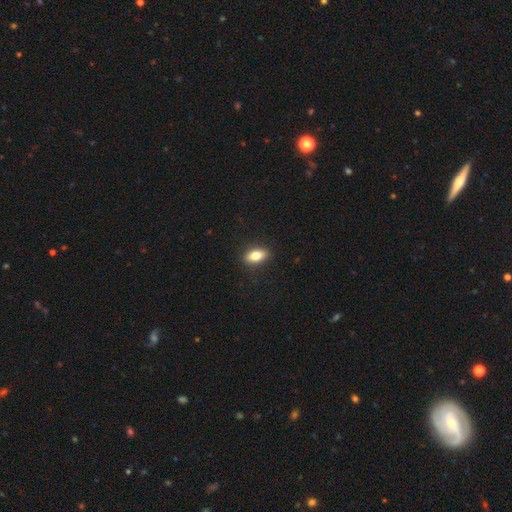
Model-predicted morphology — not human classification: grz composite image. It shows a smooth galaxy with no disk features (78%) that is in between round and cigar-shaped (84%). Merging: none (89%).